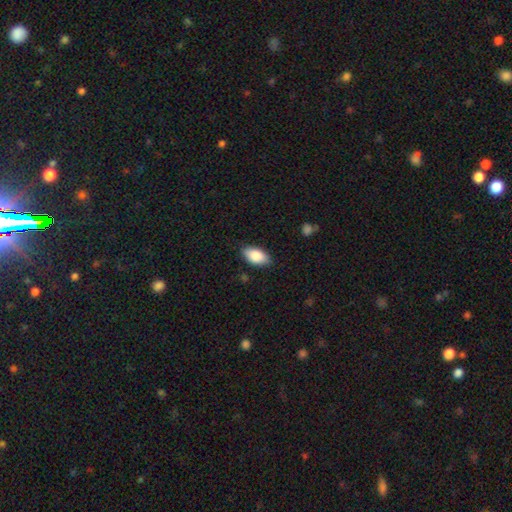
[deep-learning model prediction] Smooth or featured: smooth — 86% (featured or disk — 7%)
How rounded: in between — 93% (cigar-shaped — 3%)
Merging: none — 85% (minor disturbance — 12%)